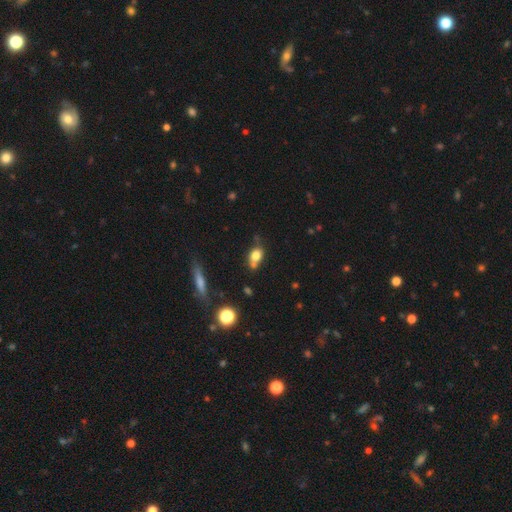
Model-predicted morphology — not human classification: Q: Smooth or featured?
A: smooth (76%); runner-up: featured or disk (13%)
Q: How rounded?
A: in between (61%); runner-up: round (35%)
Q: Merging?
A: none (49%); runner-up: merger (24%)